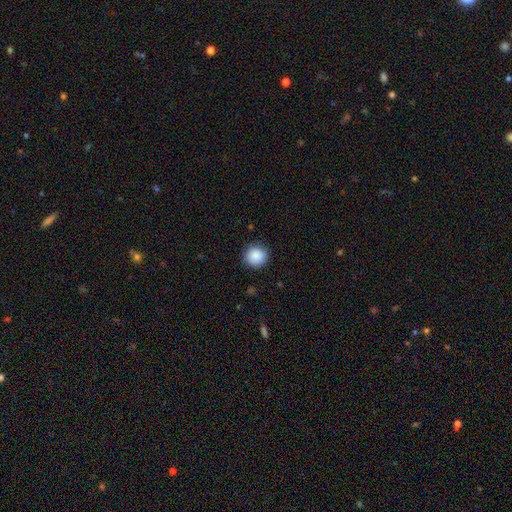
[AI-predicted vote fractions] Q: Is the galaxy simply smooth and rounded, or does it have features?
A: smooth — 89%.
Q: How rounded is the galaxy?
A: round — 93%.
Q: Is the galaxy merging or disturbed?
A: none — 88%.